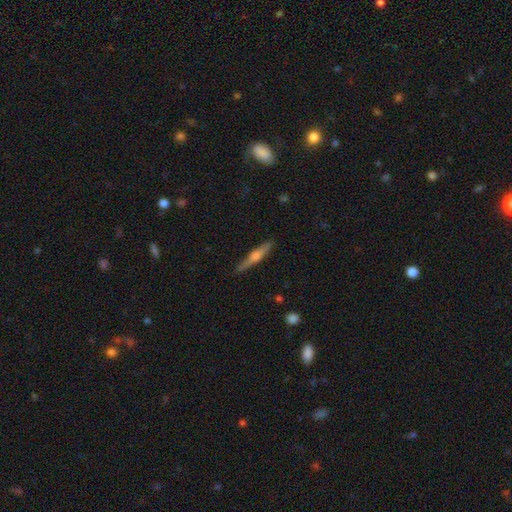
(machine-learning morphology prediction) Smooth or featured: featured or disk — 65% (smooth — 29%)
Edge-on disk: yes — 97% (no — 3%)
Edge-on bulge: rounded — 85% (boxy — 8%)
Merging: none — 88% (minor disturbance — 9%)